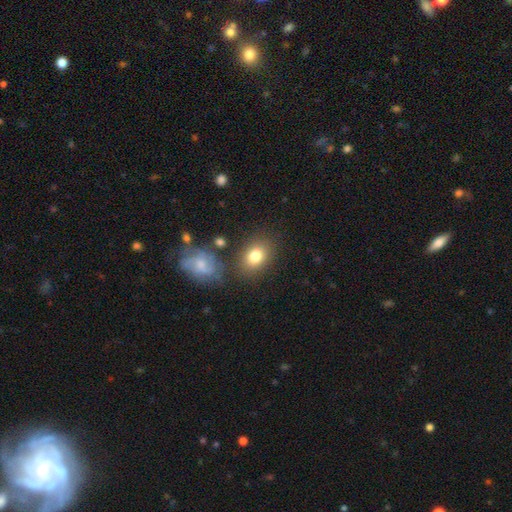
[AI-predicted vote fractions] smooth-or-featured: smooth: 72% | featured or disk: 16% | star or artifact: 12%
  how-rounded: in between: 64% | round: 35% | cigar-shaped: 1%
  merging: none: 75% | minor disturbance: 14% | merger: 7% | major disturbance: 4%